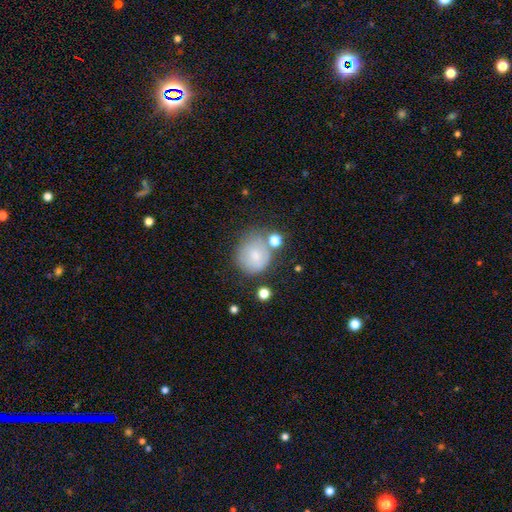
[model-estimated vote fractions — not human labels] smooth-or-featured: smooth: 73% | featured or disk: 17% | star or artifact: 10%
  how-rounded: round: 81% | in between: 18% | cigar-shaped: 1%
  merging: none: 55% | minor disturbance: 23% | merger: 11% | major disturbance: 11%